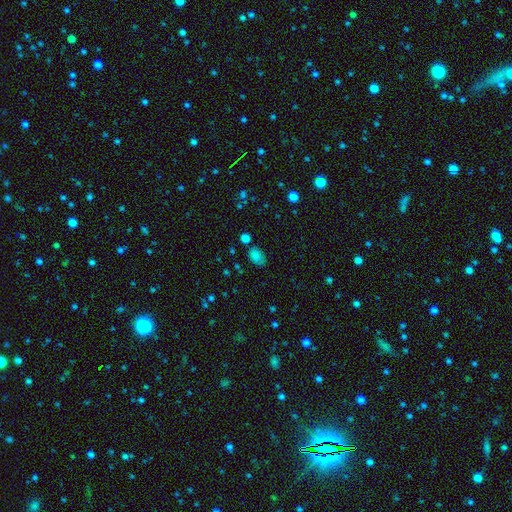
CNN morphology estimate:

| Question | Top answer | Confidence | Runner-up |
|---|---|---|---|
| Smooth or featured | smooth | 78% | star or artifact (15%) |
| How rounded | in between | 83% | round (15%) |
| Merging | none | 66% | minor disturbance (22%) |